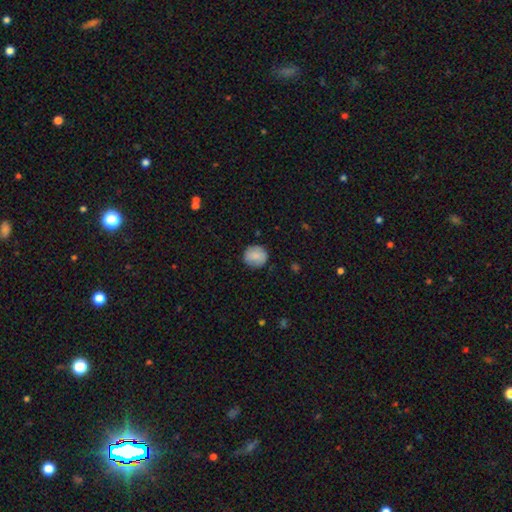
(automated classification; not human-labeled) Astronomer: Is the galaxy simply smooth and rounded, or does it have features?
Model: smooth — 84%.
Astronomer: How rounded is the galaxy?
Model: round — 90%.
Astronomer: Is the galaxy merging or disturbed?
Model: none — 85%.